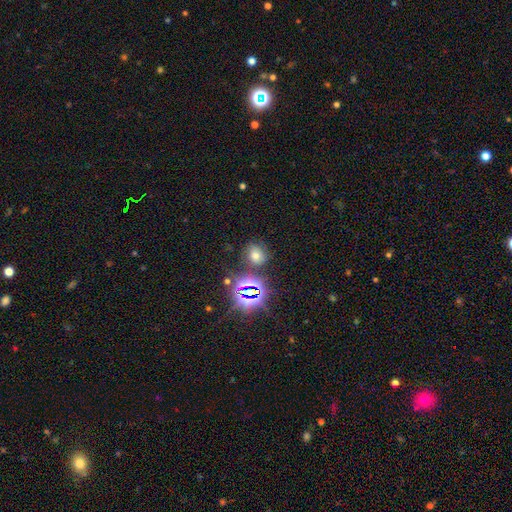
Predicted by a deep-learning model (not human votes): A smooth galaxy with no disk features (55%) that is round (66%).

Vote fractions:
- Smooth or featured? smooth: 55% / star or artifact: 34% / featured or disk: 12%
- How rounded? round: 66% / in between: 33% / cigar-shaped: 1%
- Merging? none: 76% / minor disturbance: 13% / merger: 6% / major disturbance: 5%